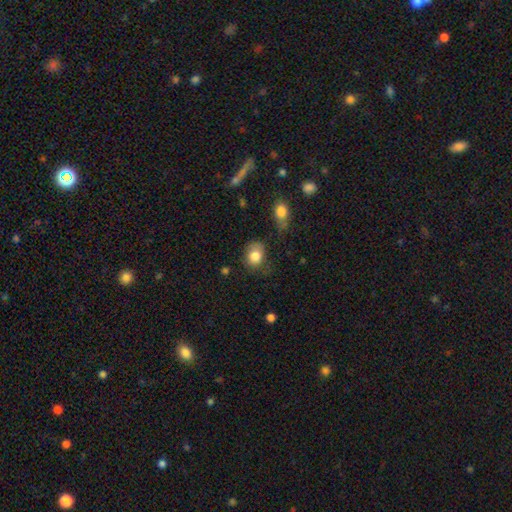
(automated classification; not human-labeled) smooth_or_featured: smooth (p=0.82) [alt: featured or disk p=0.09]
how_rounded: round (p=0.53) [alt: in between p=0.46]
merging: none (p=0.56) [alt: minor disturbance p=0.29]